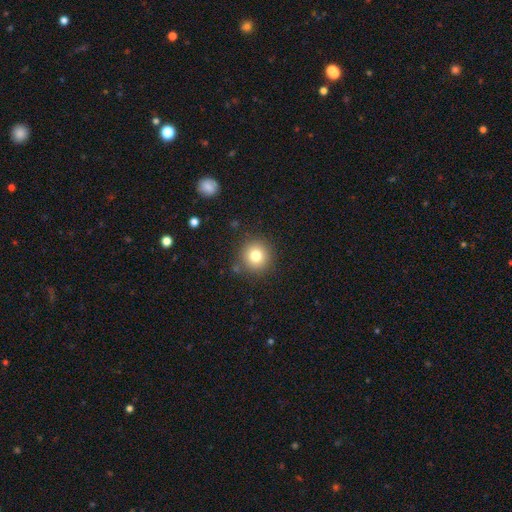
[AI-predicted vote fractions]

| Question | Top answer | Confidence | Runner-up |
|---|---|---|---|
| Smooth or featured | smooth | 79% | star or artifact (12%) |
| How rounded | round | 93% | in between (6%) |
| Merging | none | 87% | minor disturbance (8%) |